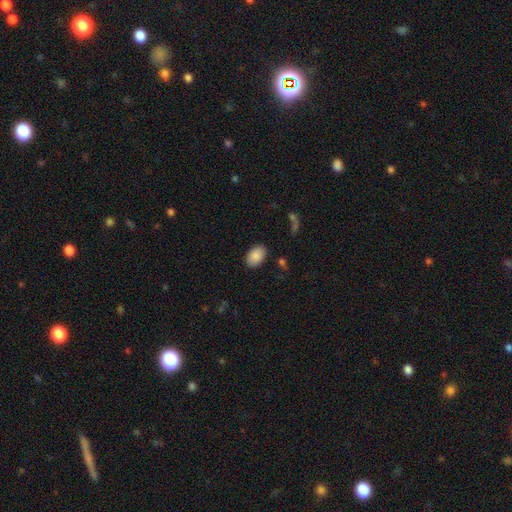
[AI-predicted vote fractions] Smooth or featured? smooth (88%)
How rounded? in between (89%)
Merging? none (86%)